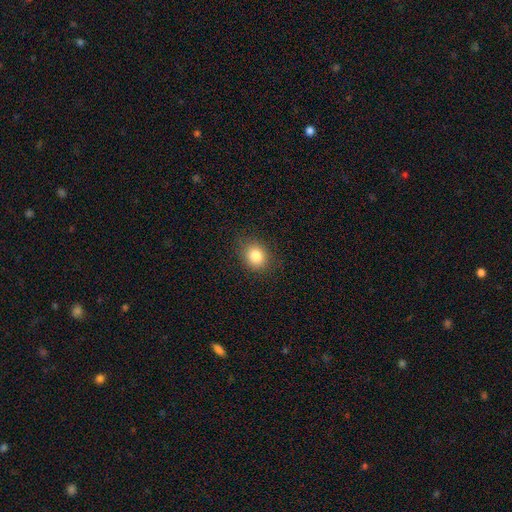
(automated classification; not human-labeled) smooth 82%, star or artifact 11%, featured or disk 7%. Down the decision tree: how rounded — round (66%); merging — none (86%).